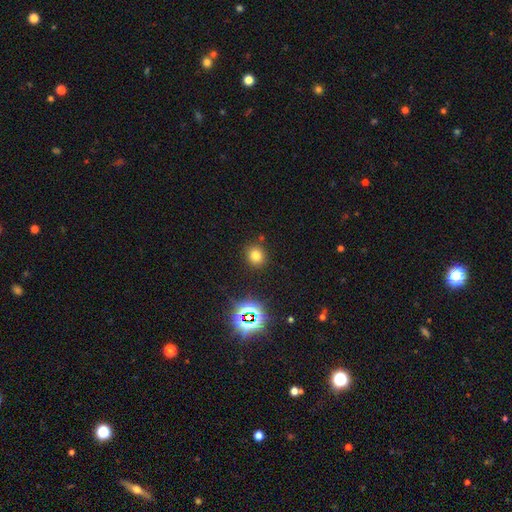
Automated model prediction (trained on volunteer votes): The model was most divided on "smooth or featured": smooth: 73%, star or artifact: 19%, featured or disk: 7%. More confident: merging — none (86%); how rounded — round (84%).